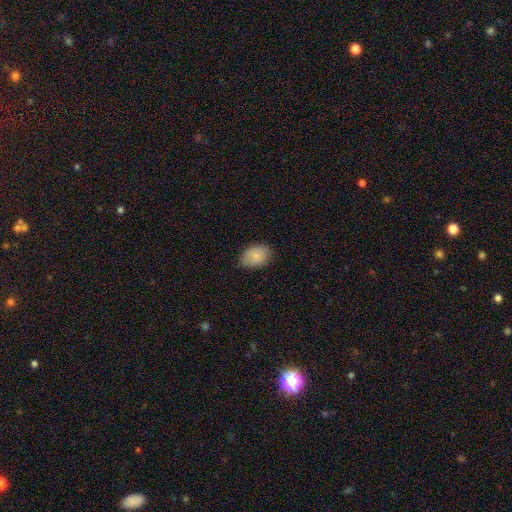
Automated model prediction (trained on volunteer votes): smooth_or_featured: smooth (p=0.86) [alt: star or artifact p=0.07]
how_rounded: in between (p=0.77) [alt: round p=0.22]
merging: none (p=0.80) [alt: minor disturbance p=0.16]